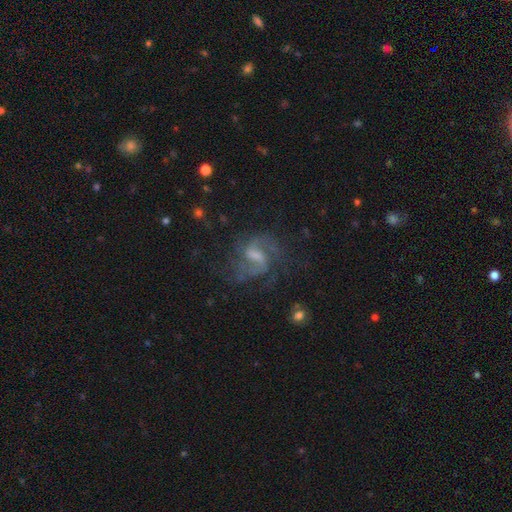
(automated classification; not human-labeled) Smooth or featured?
  - featured or disk: 80% *
  - smooth: 11%
  - star or artifact: 9%
Edge-on disk?
  - no: 97% *
  - yes: 3%
Bar?
  - weak: 57% *
  - strong: 27%
  - no: 17%
Spiral arms?
  - yes: 93% *
  - no: 7%
Spiral winding?
  - medium: 51% *
  - loose: 33%
  - tight: 16%
Spiral arm count?
  - 2: 67% *
  - can't tell: 13%
  - 3: 9%
  - 1: 5%
  - 4: 3%
  - more than 4: 3%
Bulge size?
  - moderate: 35% *
  - small: 31%
  - none: 23%
  - large: 9%
  - dominant: 1%
Merging?
  - none: 56% *
  - major disturbance: 23%
  - minor disturbance: 18%
  - merger: 3%